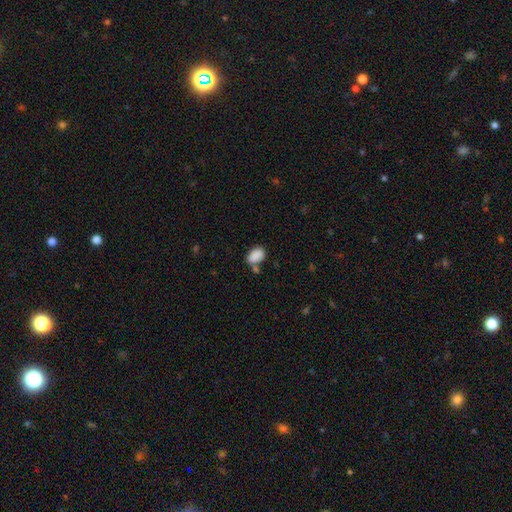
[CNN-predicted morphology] A smooth galaxy with no disk features (88%) that is in between round and cigar-shaped (86%).

Vote fractions:
- Smooth or featured? smooth: 88% / star or artifact: 8% / featured or disk: 4%
- How rounded? in between: 86% / round: 13% / cigar-shaped: 1%
- Merging? none: 61% / merger: 18% / minor disturbance: 16% / major disturbance: 5%